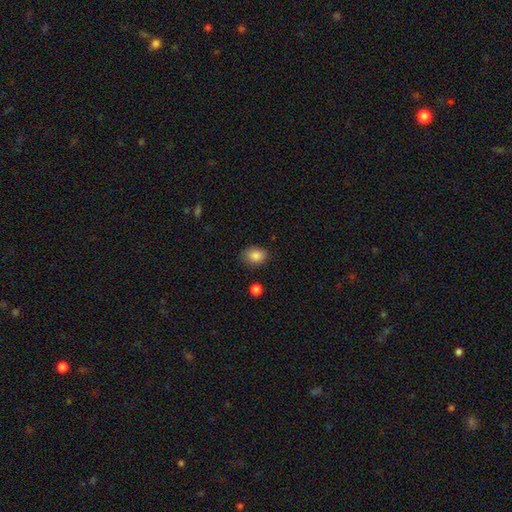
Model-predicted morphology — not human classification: This appears to be a smooth galaxy with no disk features (86%) that is in between round and cigar-shaped (65%). Merging: none (80%).